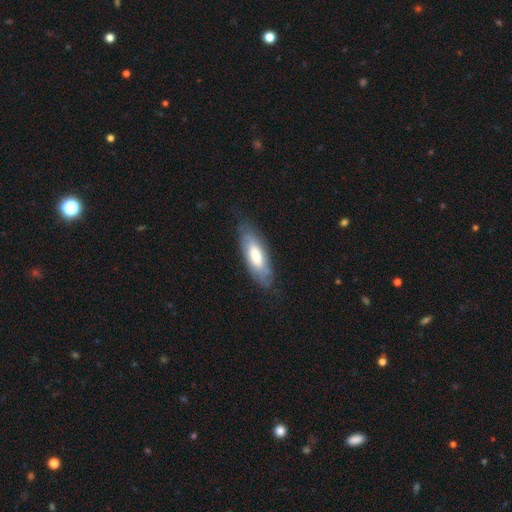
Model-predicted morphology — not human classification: smooth_or_featured: smooth (p=0.59) [alt: featured or disk p=0.36]
how_rounded: in between (p=0.63) [alt: cigar-shaped p=0.35]
merging: none (p=0.77) [alt: minor disturbance p=0.17]